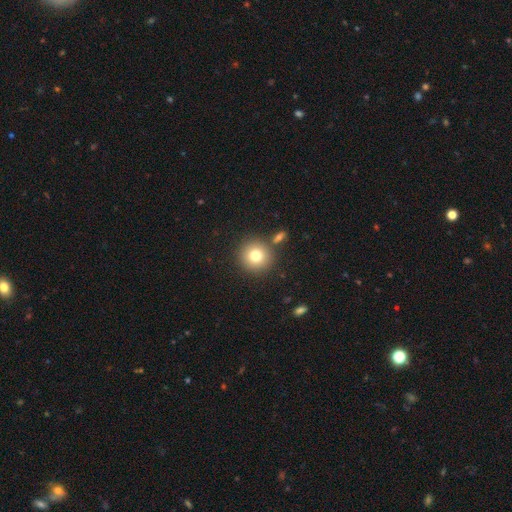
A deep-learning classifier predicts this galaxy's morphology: Overall: smooth (77%). How rounded: round (94%). Merging: none (81%).